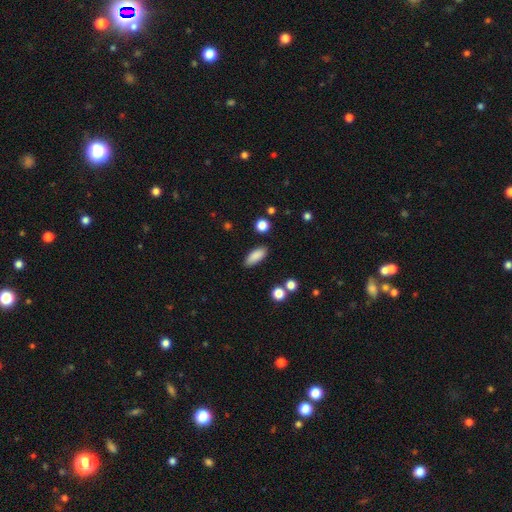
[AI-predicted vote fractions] smooth-or-featured: smooth: 87% | star or artifact: 8% | featured or disk: 5%
  how-rounded: in between: 77% | cigar-shaped: 20% | round: 3%
  merging: none: 86% | minor disturbance: 9% | major disturbance: 2% | merger: 2%